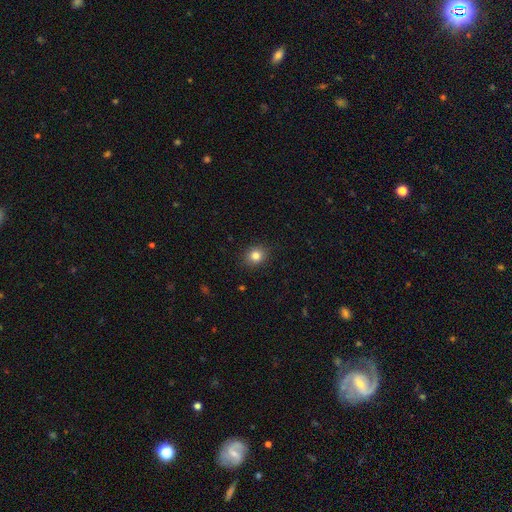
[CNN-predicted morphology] smooth_or_featured: smooth (p=0.82) [alt: star or artifact p=0.11]
how_rounded: round (p=0.70) [alt: in between p=0.30]
merging: none (p=0.90) [alt: minor disturbance p=0.07]